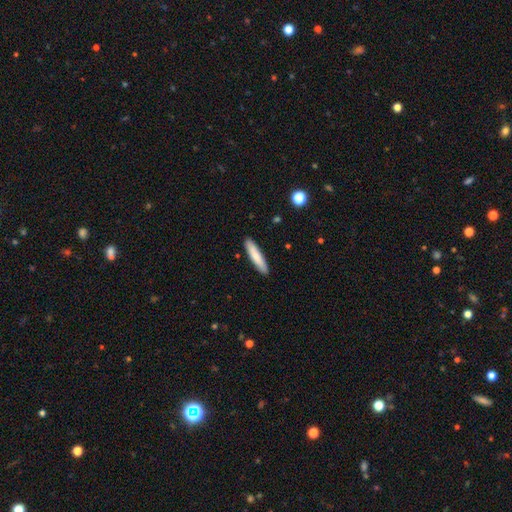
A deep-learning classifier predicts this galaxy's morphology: Smooth or featured? smooth (79%)
How rounded? cigar-shaped (85%)
Merging? none (90%)